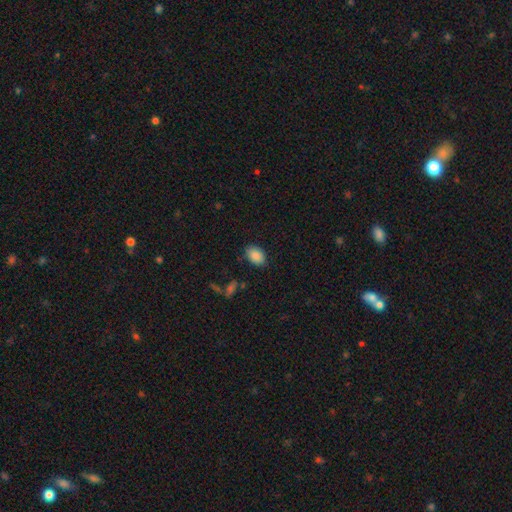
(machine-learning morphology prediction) Smooth or featured? Predicted: smooth (p=0.88). How rounded? Predicted: in between (p=0.82). Merging? Predicted: none (p=0.83).